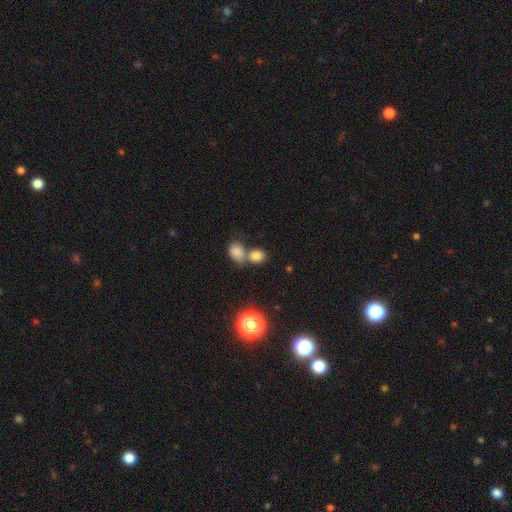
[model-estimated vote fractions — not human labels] Q: Smooth or featured?
A: smooth (80%); runner-up: star or artifact (13%)
Q: How rounded?
A: round (55%); runner-up: in between (44%)
Q: Merging?
A: merger (47%); runner-up: none (41%)